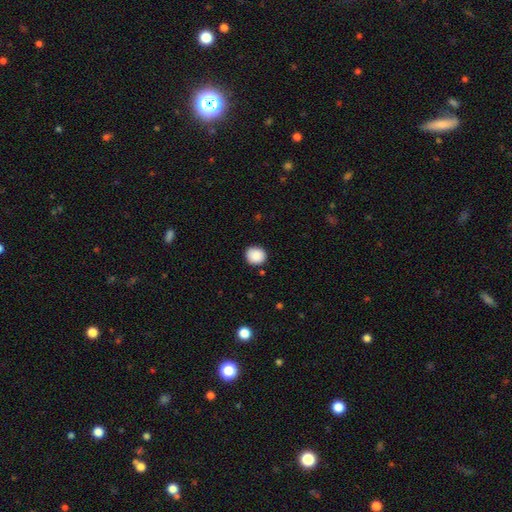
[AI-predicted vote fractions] This appears to be a smooth galaxy with no disk features (89%) that is round (83%). Merging: none (85%).